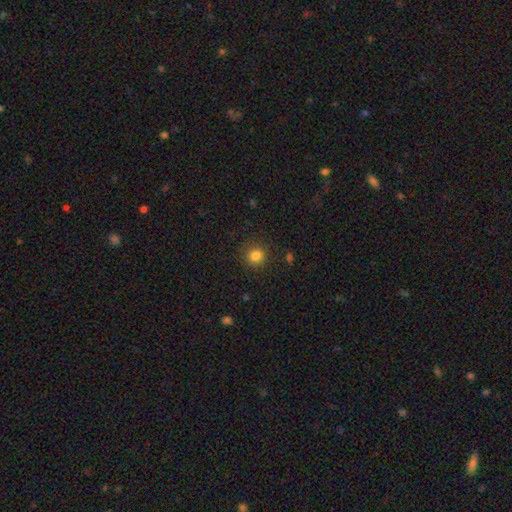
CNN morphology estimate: A smooth galaxy with no disk features (83%) that is round (90%).

Vote fractions:
- Smooth or featured? smooth: 83% / star or artifact: 12% / featured or disk: 5%
- How rounded? round: 90% / in between: 9% / cigar-shaped: 1%
- Merging? none: 88% / minor disturbance: 8% / major disturbance: 3% / merger: 1%